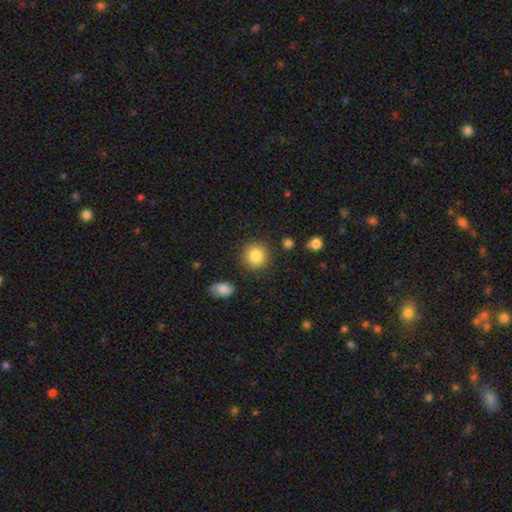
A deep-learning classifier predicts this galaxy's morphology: smooth_or_featured: smooth (p=0.85) [alt: star or artifact p=0.09]
how_rounded: round (p=0.90) [alt: in between p=0.09]
merging: none (p=0.87) [alt: minor disturbance p=0.08]